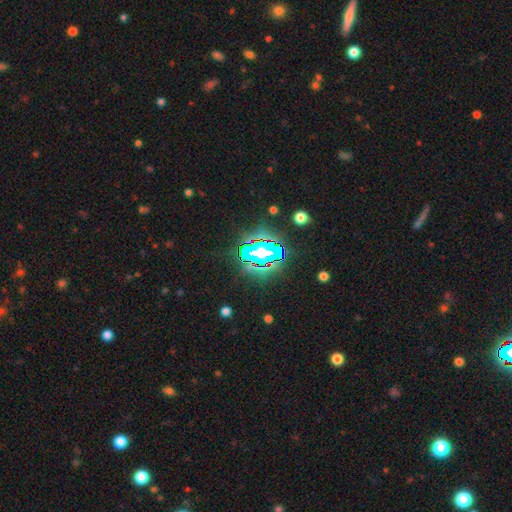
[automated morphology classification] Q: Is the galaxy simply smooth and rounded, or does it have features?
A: star or artifact — 82%.